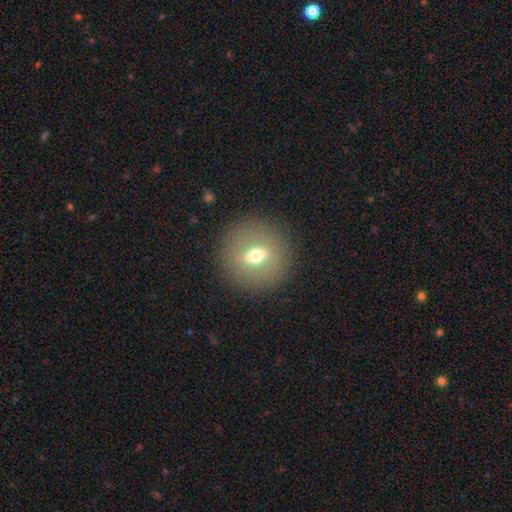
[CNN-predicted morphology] smooth-or-featured: featured or disk: 46% | smooth: 44% | star or artifact: 11%
  merging: none: 88% | minor disturbance: 7% | major disturbance: 4% | merger: 1%